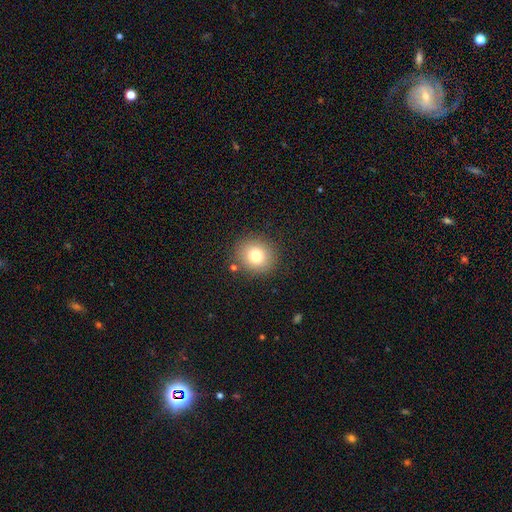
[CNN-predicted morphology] Overall: smooth (78%). How rounded: round (85%). Merging: none (85%).